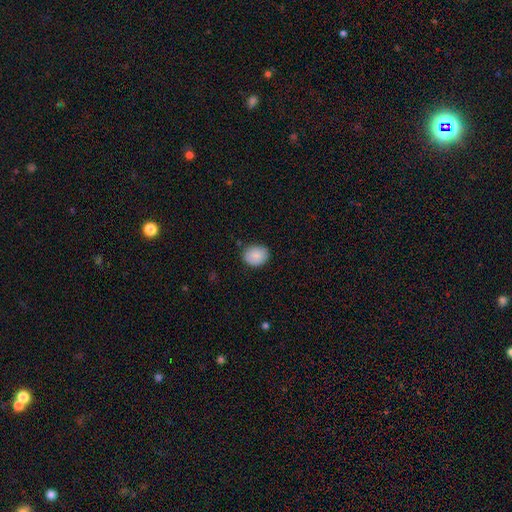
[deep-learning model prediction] The model was most divided on "how rounded": round: 51%, in between: 48%, cigar-shaped: 1%. More confident: smooth or featured — smooth (87%); merging — none (83%).